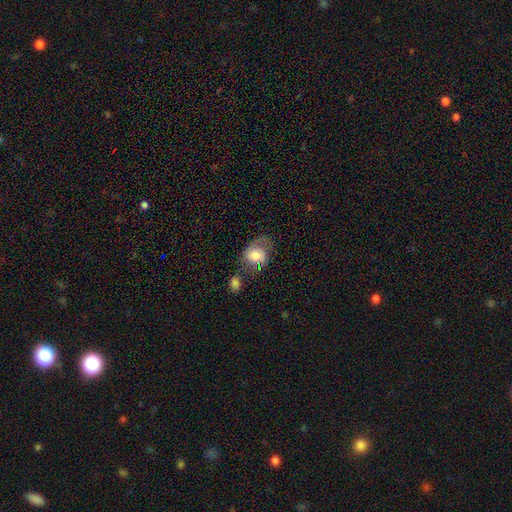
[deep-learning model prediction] This is possibly a smooth galaxy (56%). How rounded: possibly round (54%). Merging: marginally none (40%).